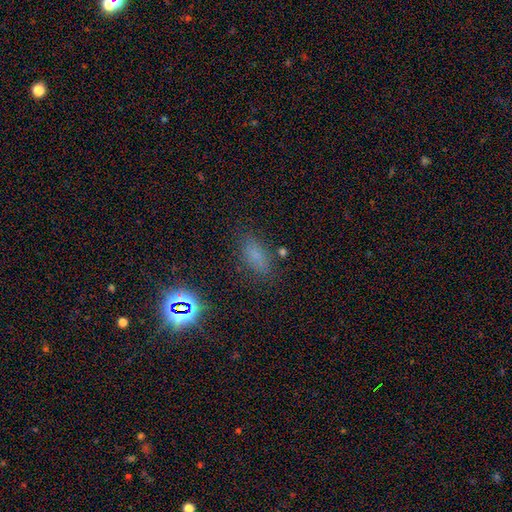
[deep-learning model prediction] smooth 64%, star or artifact 26%, featured or disk 10%. Down the decision tree: how rounded — in between (83%); merging — none (78%).